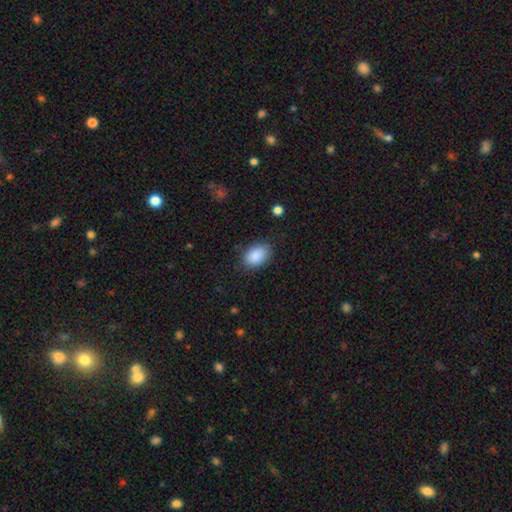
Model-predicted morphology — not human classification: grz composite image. It shows a smooth galaxy with no disk features (89%) that is in between round and cigar-shaped (87%). Merging: none (82%).